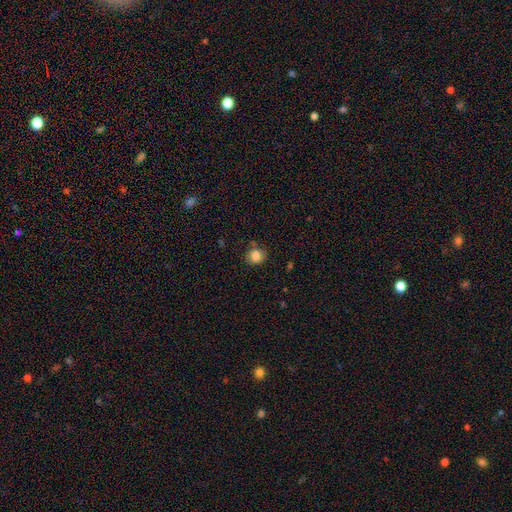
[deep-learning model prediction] A smooth galaxy with no disk features (84%) that is round (78%). Merging: none (76%).